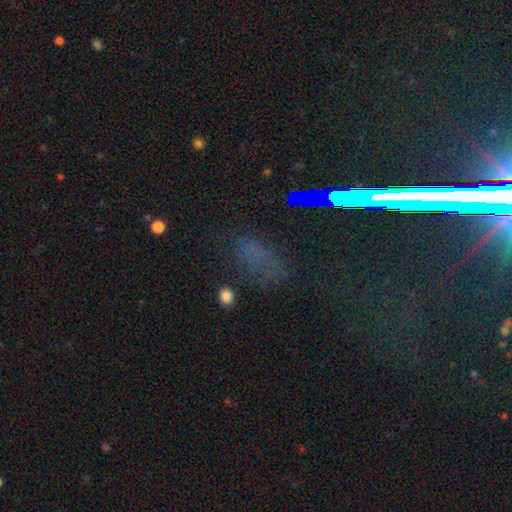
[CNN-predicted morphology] Smooth or featured? star or artifact (48%)